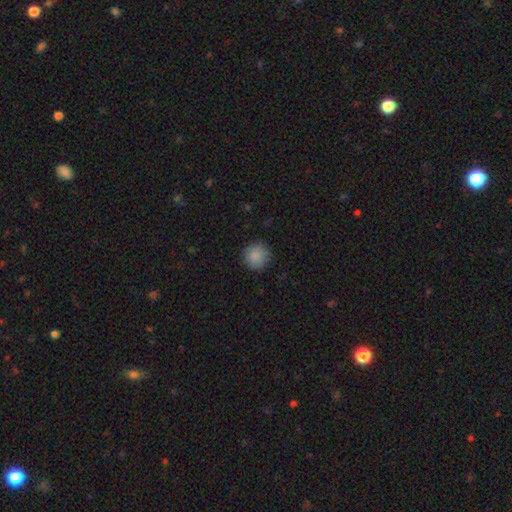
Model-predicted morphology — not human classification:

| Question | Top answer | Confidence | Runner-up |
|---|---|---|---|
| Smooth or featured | smooth | 88% | star or artifact (8%) |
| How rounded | round | 94% | in between (5%) |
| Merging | none | 88% | minor disturbance (9%) |